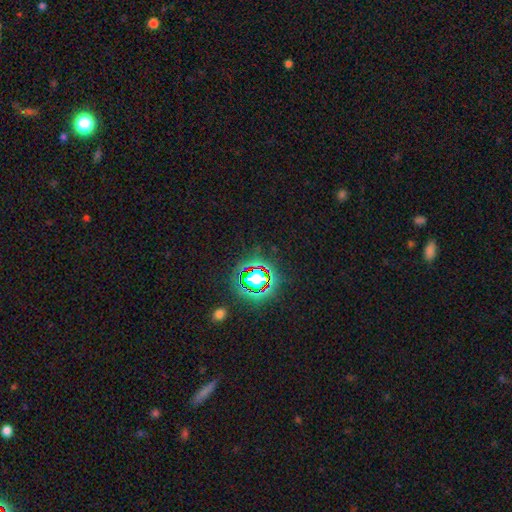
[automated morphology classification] This is clearly a star or artifact rather than a galaxy (80%).